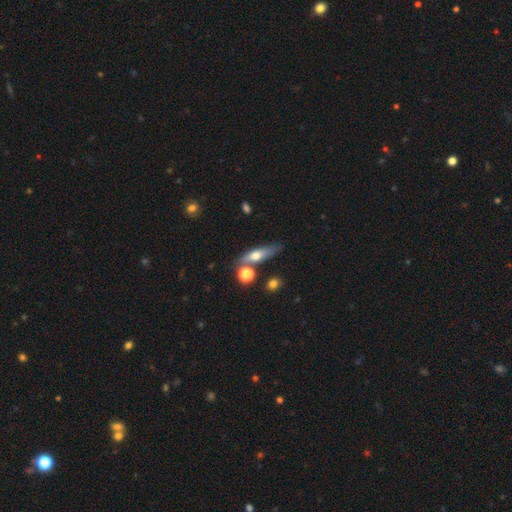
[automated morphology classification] smooth_or_featured: smooth (p=0.54) [alt: featured or disk p=0.37]
how_rounded: cigar-shaped (p=0.55) [alt: in between p=0.39]
merging: none (p=0.65) [alt: minor disturbance p=0.16]